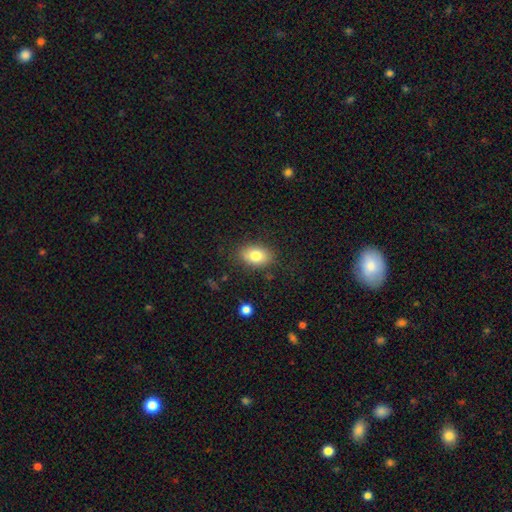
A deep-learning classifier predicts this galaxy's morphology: smooth 80%, featured or disk 11%, star or artifact 8%. Down the decision tree: how rounded — in between (84%); merging — none (83%).